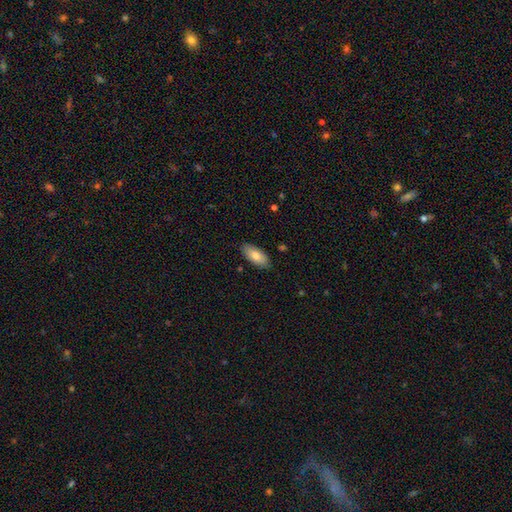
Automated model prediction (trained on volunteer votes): Overall: smooth (78%). How rounded: in between (90%). Merging: none (87%).